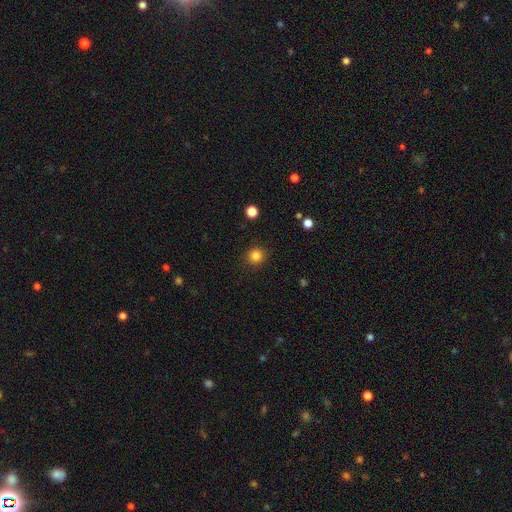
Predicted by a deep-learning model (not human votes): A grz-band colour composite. It shows a smooth galaxy with no disk features (84%) that is round (93%). Merging: none (90%).